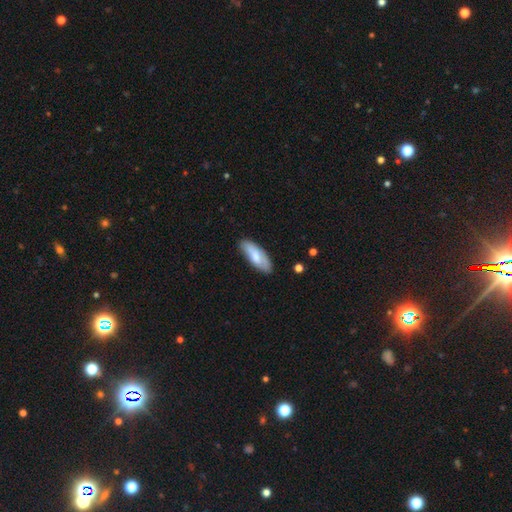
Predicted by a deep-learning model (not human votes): A smooth galaxy with no disk features (72%) that is in between round and cigar-shaped (71%).

Vote fractions:
- Smooth or featured? smooth: 72% / featured or disk: 23% / star or artifact: 6%
- How rounded? in between: 71% / cigar-shaped: 27% / round: 2%
- Merging? none: 76% / minor disturbance: 19% / major disturbance: 4% / merger: 2%